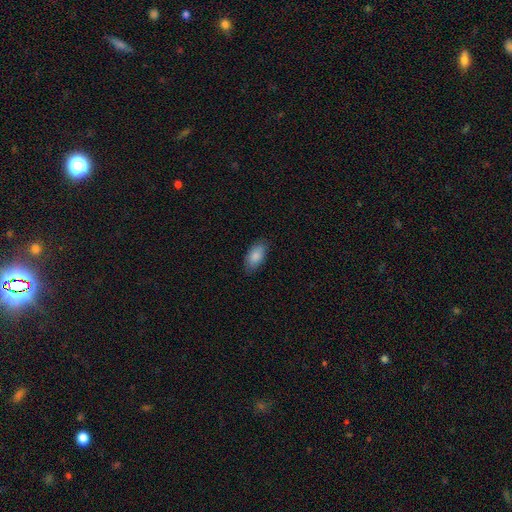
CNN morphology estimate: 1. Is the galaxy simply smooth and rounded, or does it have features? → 86% smooth, 7% featured or disk, 6% star or artifact.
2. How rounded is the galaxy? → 92% in between, 5% cigar-shaped, 3% round.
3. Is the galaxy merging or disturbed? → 83% none, 13% minor disturbance, 3% major disturbance, 1% merger.